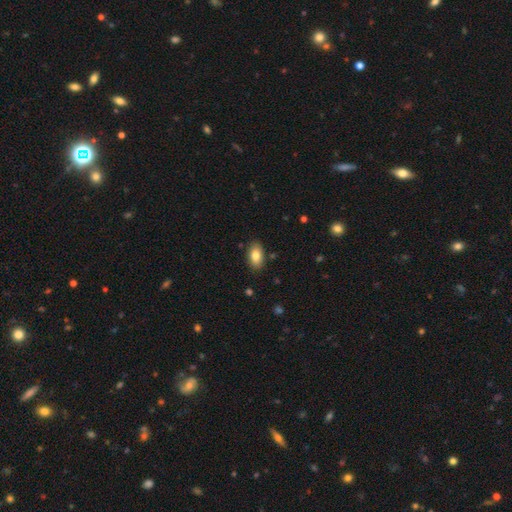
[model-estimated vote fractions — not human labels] A smooth galaxy with no disk features (81%) that is in between round and cigar-shaped (92%).

Vote fractions:
- Smooth or featured? smooth: 81% / featured or disk: 11% / star or artifact: 7%
- How rounded? in between: 92% / round: 6% / cigar-shaped: 2%
- Merging? none: 87% / minor disturbance: 9% / major disturbance: 2% / merger: 1%